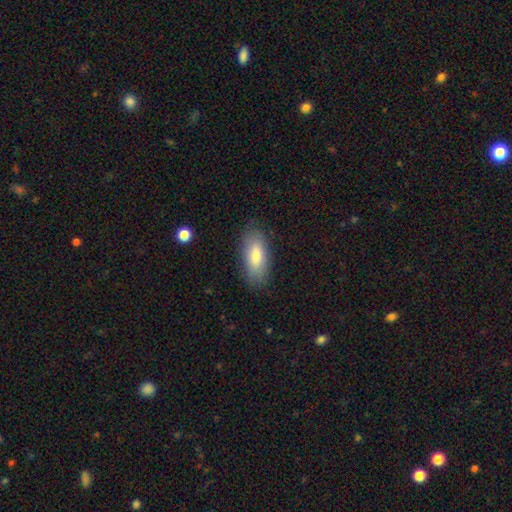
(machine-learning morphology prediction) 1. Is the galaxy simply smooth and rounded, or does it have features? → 78% smooth, 15% featured or disk, 7% star or artifact.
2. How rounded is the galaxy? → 79% in between, 19% cigar-shaped, 2% round.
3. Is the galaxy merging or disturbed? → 86% none, 11% minor disturbance, 3% major disturbance, 1% merger.